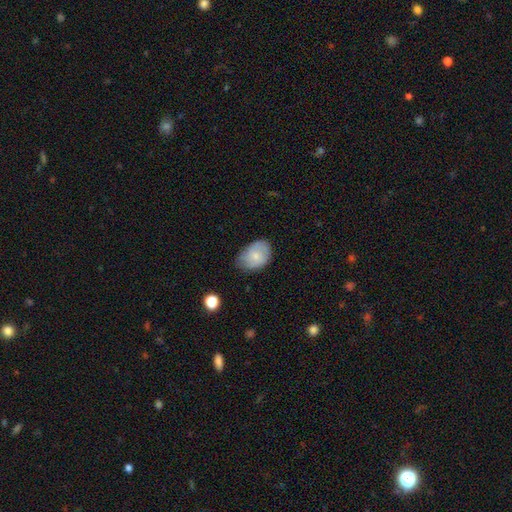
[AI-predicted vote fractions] Smooth or featured? smooth (71%)
How rounded? in between (79%)
Merging? none (62%)